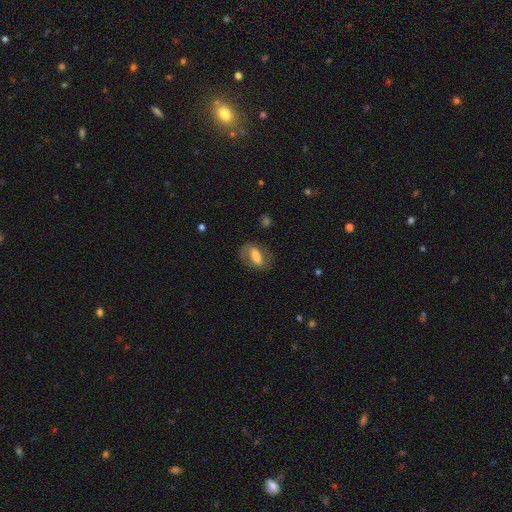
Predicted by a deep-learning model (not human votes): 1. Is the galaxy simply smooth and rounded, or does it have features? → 52% featured or disk, 41% smooth, 7% star or artifact.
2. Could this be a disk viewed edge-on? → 91% no, 9% yes.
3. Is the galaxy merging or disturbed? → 70% none, 17% minor disturbance, 11% major disturbance, 2% merger.